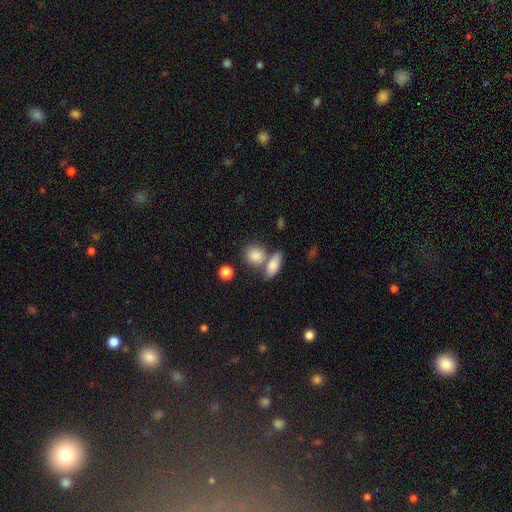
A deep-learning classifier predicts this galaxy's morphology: smooth_or_featured: smooth (p=0.85) [alt: star or artifact p=0.08]
how_rounded: round (p=0.57) [alt: in between p=0.40]
merging: none (p=0.51) [alt: merger p=0.33]